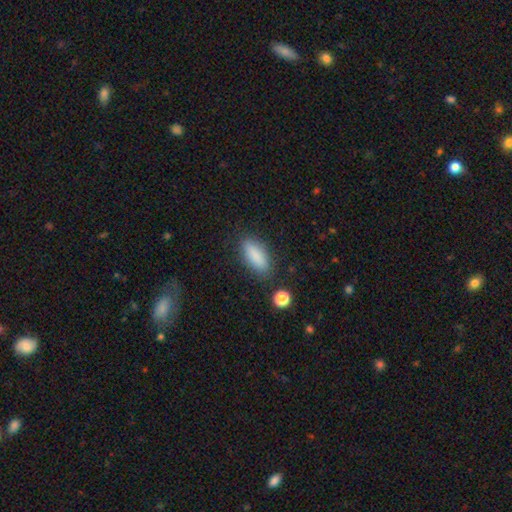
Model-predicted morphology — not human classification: smooth 85%, featured or disk 8%, star or artifact 7%. Down the decision tree: how rounded — in between (69%); merging — none (84%).